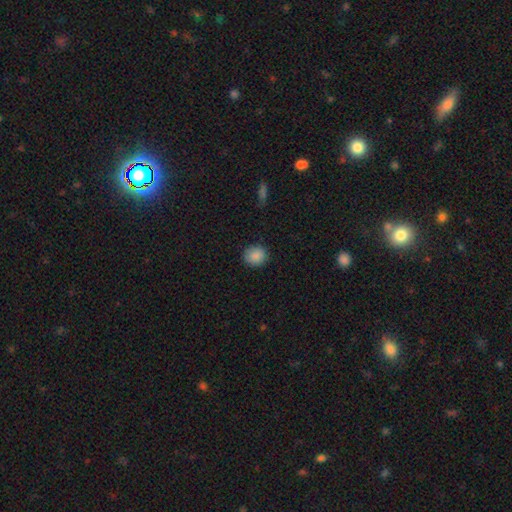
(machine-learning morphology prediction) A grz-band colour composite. It shows a smooth galaxy with no disk features (88%) that is round (85%). Merging: none (88%).